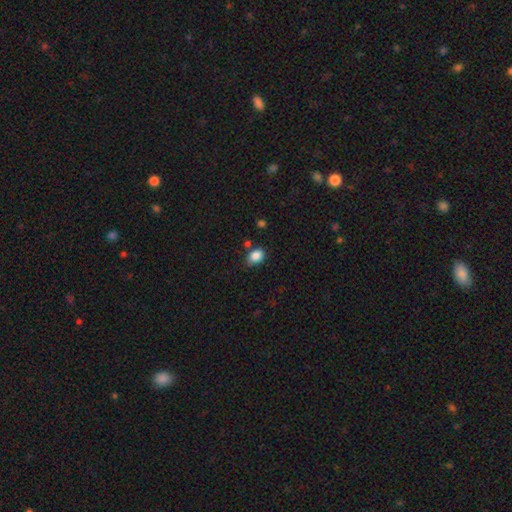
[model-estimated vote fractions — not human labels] Overall: smooth (86%). How rounded: in between (65%; round 34%). Merging: none (65%).